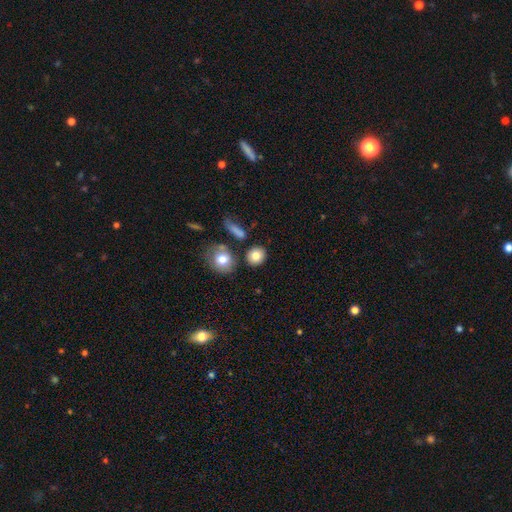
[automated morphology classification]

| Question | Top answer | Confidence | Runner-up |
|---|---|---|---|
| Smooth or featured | smooth | 82% | star or artifact (9%) |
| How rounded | round | 78% | in between (20%) |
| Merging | none | 79% | minor disturbance (10%) |